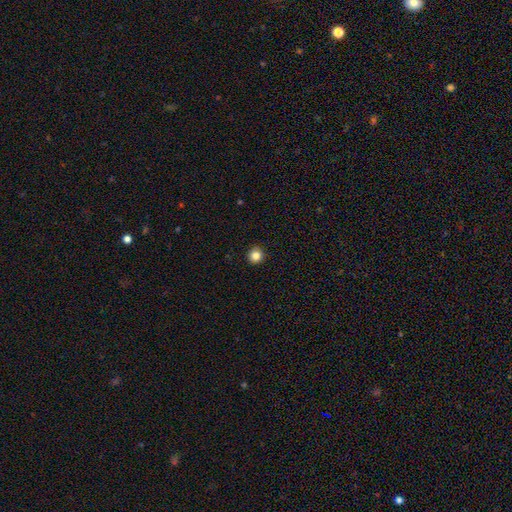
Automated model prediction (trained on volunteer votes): smooth-or-featured: smooth: 84% | star or artifact: 12% | featured or disk: 5%
  how-rounded: round: 94% | in between: 5% | cigar-shaped: 1%
  merging: none: 93% | minor disturbance: 5% | major disturbance: 1% | merger: 1%